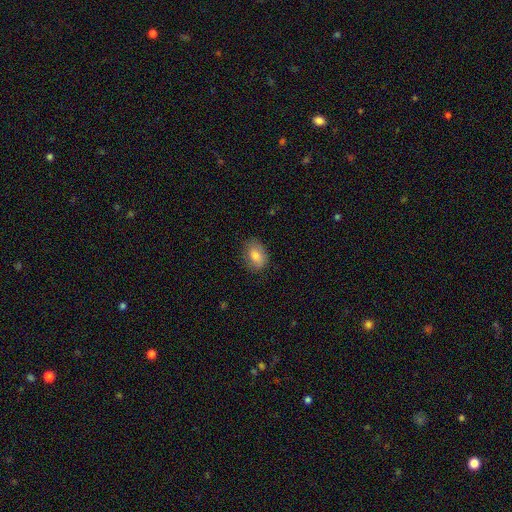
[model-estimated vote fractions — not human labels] A smooth galaxy with no disk features (79%) that is in between round and cigar-shaped (74%).

Vote fractions:
- Smooth or featured? smooth: 79% / featured or disk: 13% / star or artifact: 8%
- How rounded? in between: 74% / round: 24% / cigar-shaped: 1%
- Merging? none: 79% / minor disturbance: 16% / major disturbance: 4% / merger: 1%